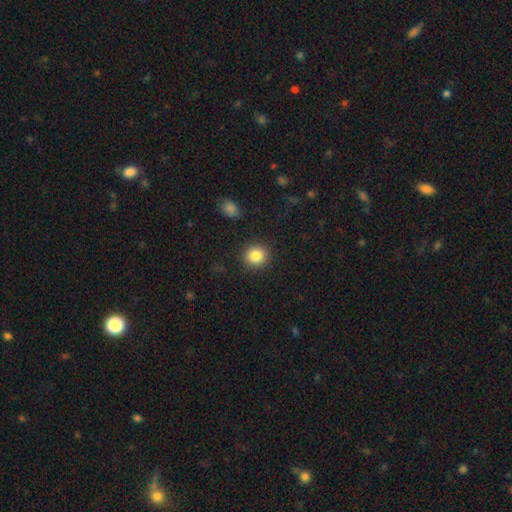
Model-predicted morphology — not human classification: Smooth or featured: smooth — 85% (star or artifact — 9%)
How rounded: round — 85% (in between — 14%)
Merging: none — 90% (minor disturbance — 6%)